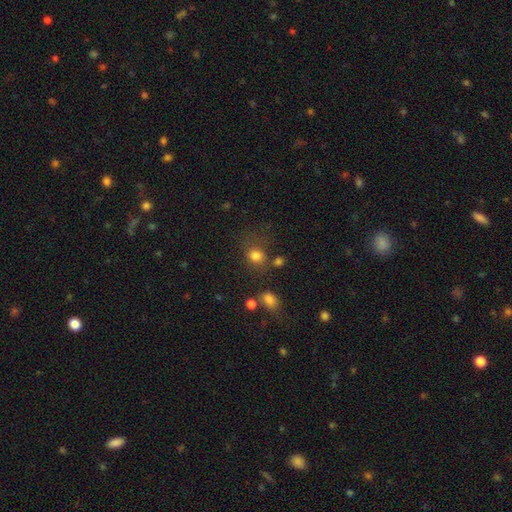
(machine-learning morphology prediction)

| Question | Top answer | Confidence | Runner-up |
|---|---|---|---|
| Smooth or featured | smooth | 79% | star or artifact (14%) |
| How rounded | round | 68% | in between (31%) |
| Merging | none | 62% | minor disturbance (17%) |